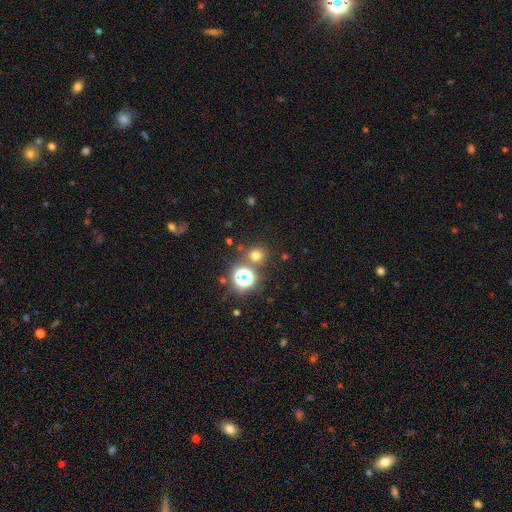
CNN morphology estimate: type=smooth (66%); roundness=round (90%); merging=none (82%).